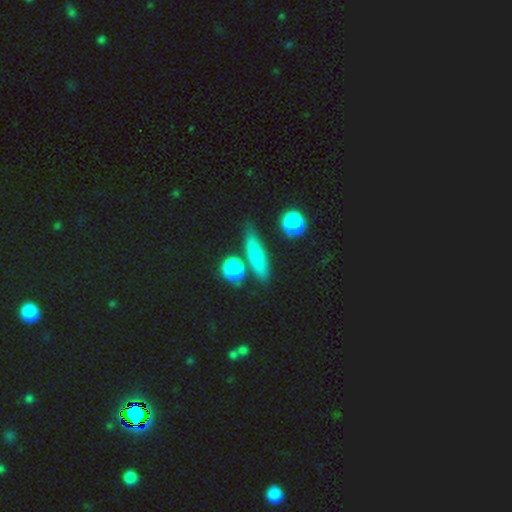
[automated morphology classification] A smooth galaxy with no disk features (75%) that is cigar-shaped (63%). Merging: none (77%).